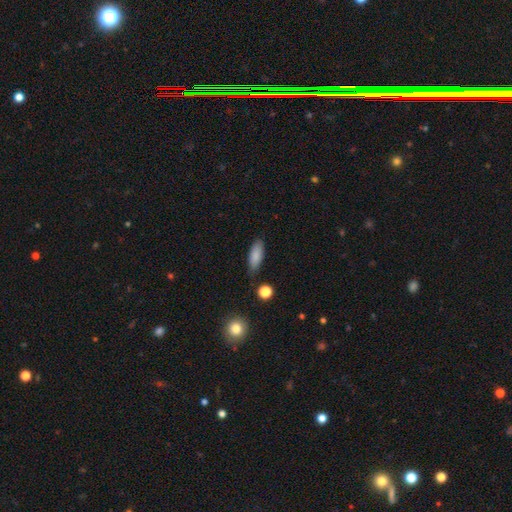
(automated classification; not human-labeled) Q: Smooth or featured?
A: smooth (86%); runner-up: star or artifact (7%)
Q: How rounded?
A: in between (71%); runner-up: cigar-shaped (26%)
Q: Merging?
A: none (81%); runner-up: minor disturbance (14%)